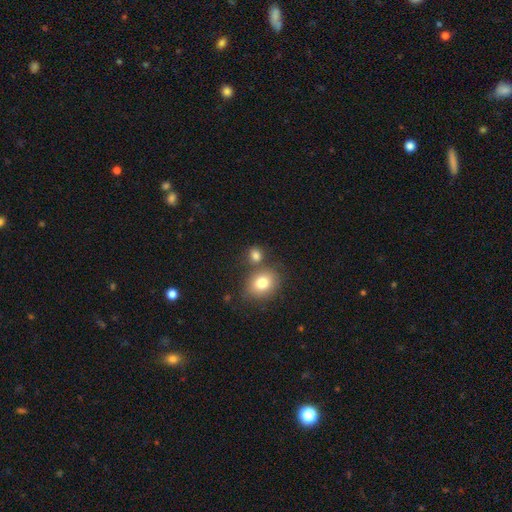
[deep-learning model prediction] Morphology: type=smooth (80%); roundness=round (64%); merging=none (61%).